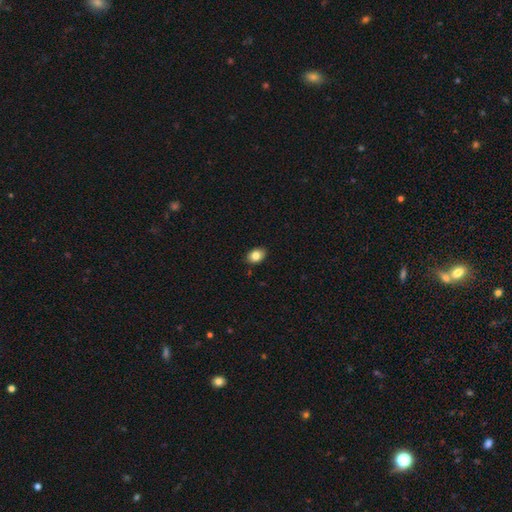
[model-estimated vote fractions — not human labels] Smooth or featured? smooth (84%)
How rounded? in between (78%)
Merging? none (88%)